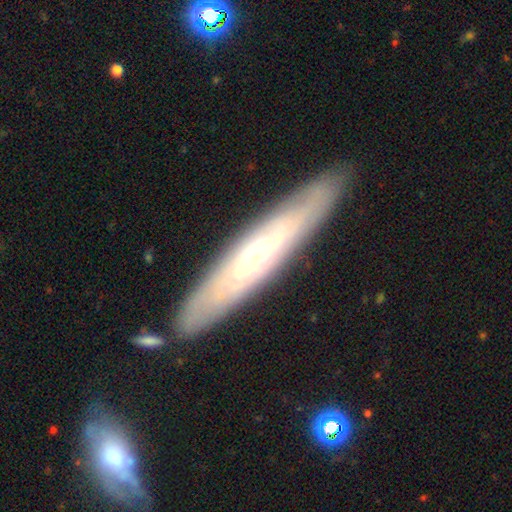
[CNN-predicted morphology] type=featured or disk (71%); edge-on=yes (53%); merging=none (85%).